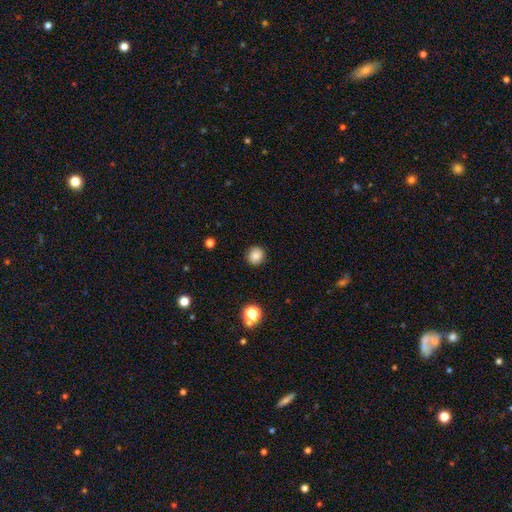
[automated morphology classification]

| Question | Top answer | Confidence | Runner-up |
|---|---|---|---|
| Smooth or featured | smooth | 83% | star or artifact (11%) |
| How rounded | round | 88% | in between (11%) |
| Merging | none | 87% | minor disturbance (9%) |